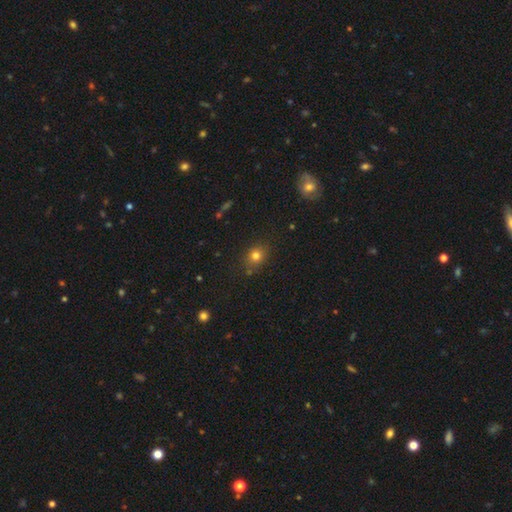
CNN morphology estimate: A smooth galaxy with no disk features (78%) that is round (70%). Merging: none (82%).